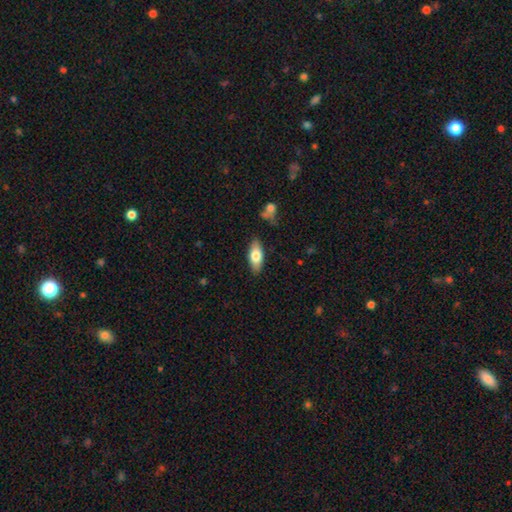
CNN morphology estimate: Overall: smooth (72%). How rounded: in between (81%). Merging: none (86%).